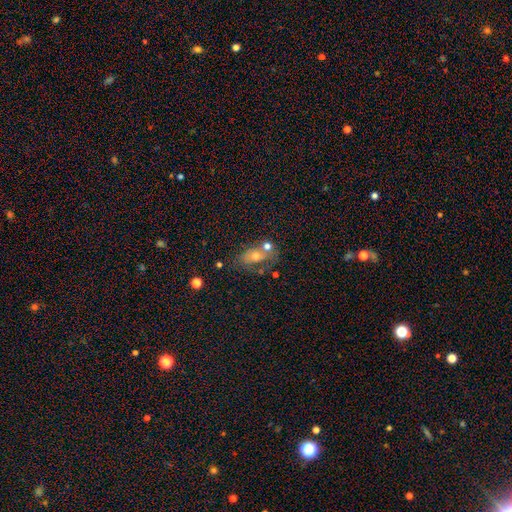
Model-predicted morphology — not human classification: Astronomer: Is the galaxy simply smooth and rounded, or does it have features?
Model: smooth — 46% (runner-up: featured or disk, 36%).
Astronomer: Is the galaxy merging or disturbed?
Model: none — 45% (runner-up: merger, 23%).